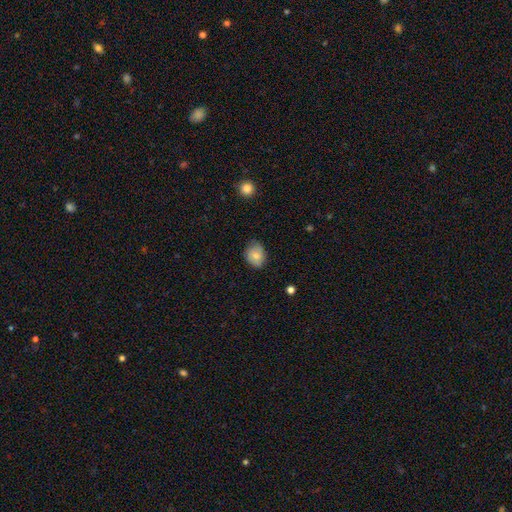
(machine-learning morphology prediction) Smooth or featured?
  - smooth: 78% *
  - featured or disk: 14%
  - star or artifact: 8%
How rounded?
  - in between: 53% *
  - round: 46%
  - cigar-shaped: 1%
Merging?
  - none: 71% *
  - minor disturbance: 24%
  - major disturbance: 4%
  - merger: 1%